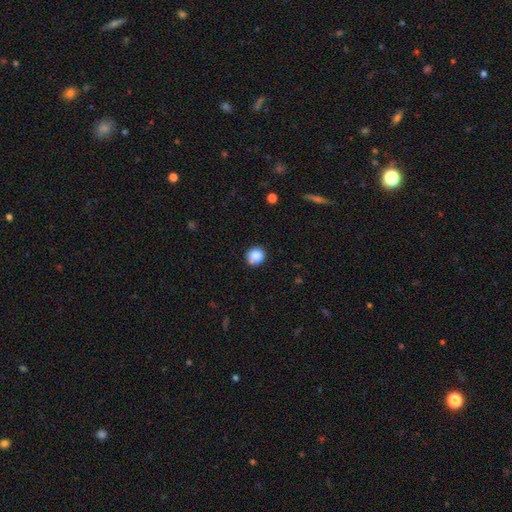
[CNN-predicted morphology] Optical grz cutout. It shows a smooth galaxy with no disk features (86%) that is round (87%). Merging: none (78%).